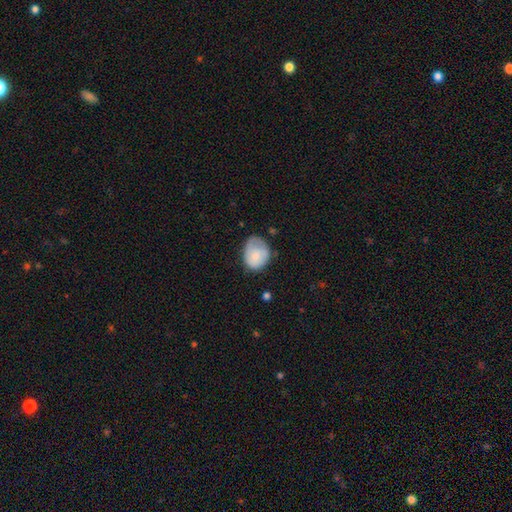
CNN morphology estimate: A smooth galaxy with no disk features (74%) that is in between round and cigar-shaped (51%). Merging: none (45%).